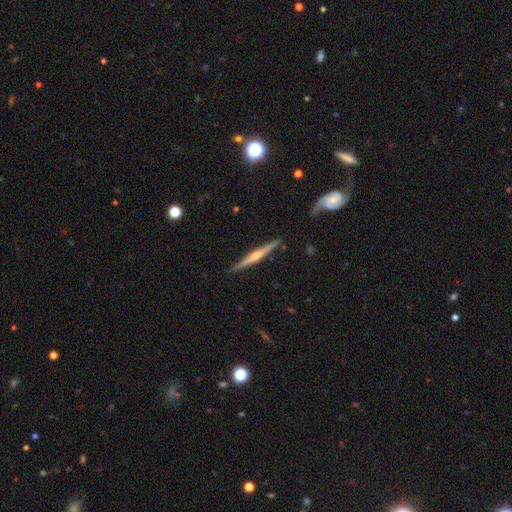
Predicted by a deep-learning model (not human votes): This appears to be a featured or disk galaxy (77%) viewed edge-on (98%) with a rounded central bulge (84%). Merging: none (90%).